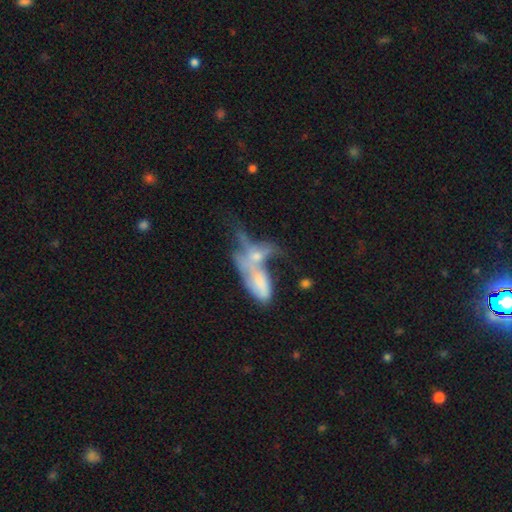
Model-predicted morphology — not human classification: Q: Smooth or featured?
A: smooth (45%); tied with: featured or disk (45%)
Q: Merging?
A: merger (66%); runner-up: major disturbance (16%)